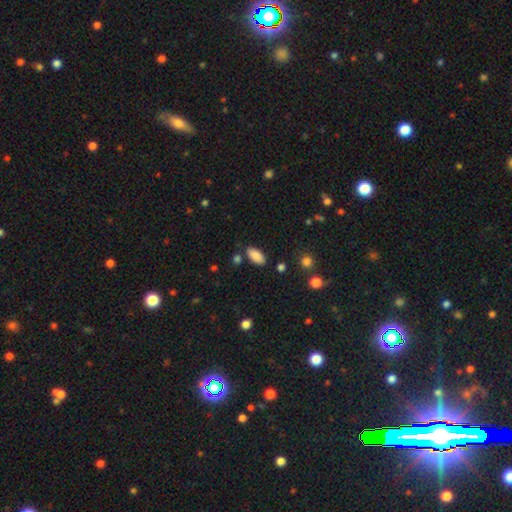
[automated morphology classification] smooth 88%, star or artifact 8%, featured or disk 5%. Down the decision tree: how rounded — in between (90%); merging — none (83%).